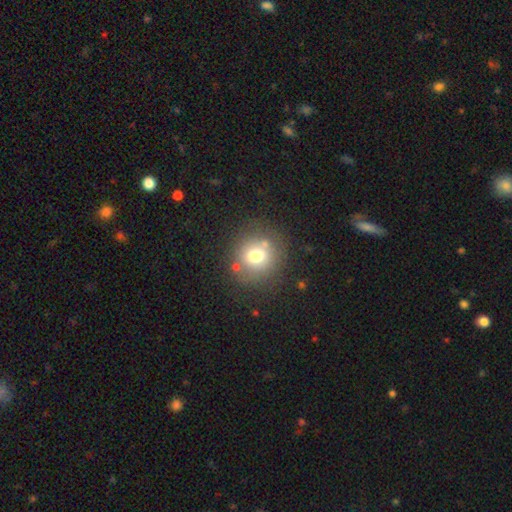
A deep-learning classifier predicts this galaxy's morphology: smooth_or_featured: smooth (p=0.69) [alt: featured or disk p=0.16]
how_rounded: round (p=0.85) [alt: in between p=0.14]
merging: none (p=0.76) [alt: minor disturbance p=0.12]